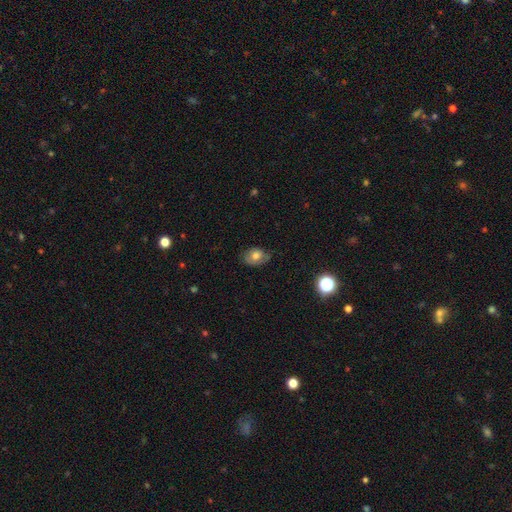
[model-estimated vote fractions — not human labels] smooth 64%, featured or disk 26%, star or artifact 10%. Down the decision tree: how rounded — in between (71%); merging — none (62%).